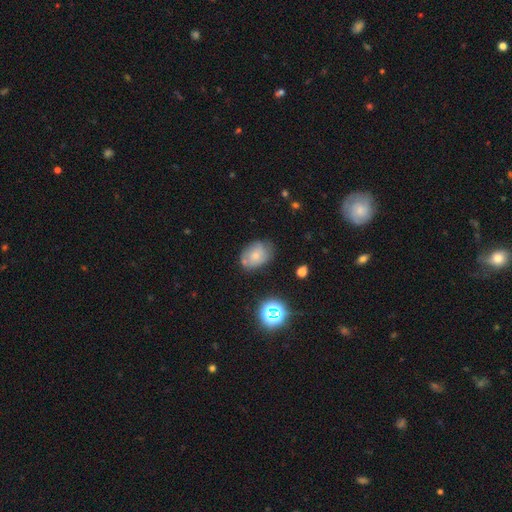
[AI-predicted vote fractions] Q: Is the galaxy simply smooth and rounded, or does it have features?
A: smooth — 57%.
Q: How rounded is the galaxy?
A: in between — 73%.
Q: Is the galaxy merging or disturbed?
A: none — 60%.